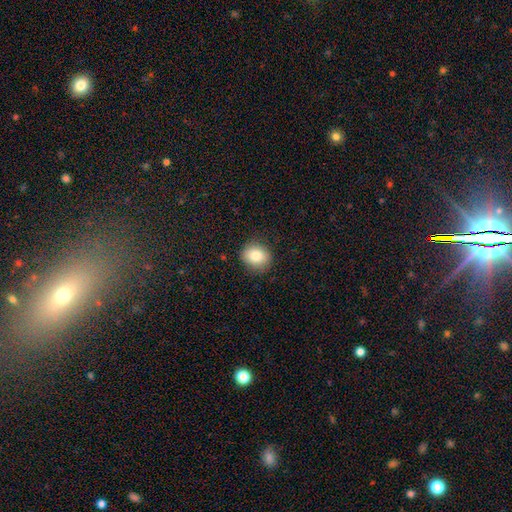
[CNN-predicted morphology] Smooth or featured? Predicted: smooth (p=0.83). How rounded? Predicted: round (p=0.73). Merging? Predicted: none (p=0.86).